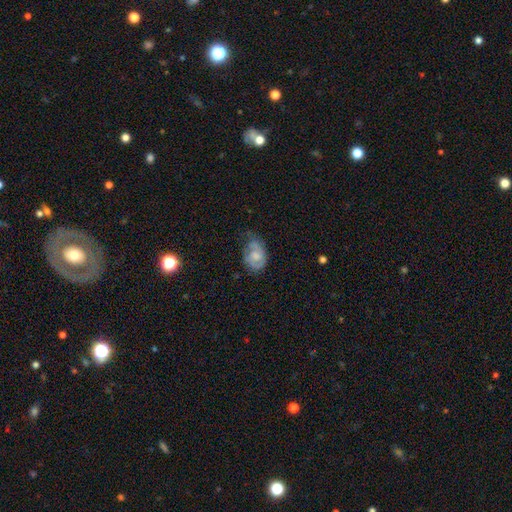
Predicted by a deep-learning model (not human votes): Overall: featured or disk (64%; smooth 29%). Edge-on disk: no (97%). Bar: no (58%; weak 36%). Spiral arms: yes (89%). Spiral arm count: 2 (67%). Spiral winding: tight (43%; medium 42%). Bulge size: moderate (37%; small 27%). Merging: none (51%; minor disturbance 32%).